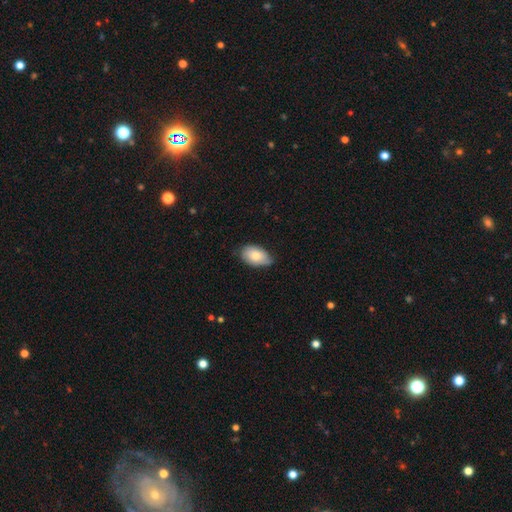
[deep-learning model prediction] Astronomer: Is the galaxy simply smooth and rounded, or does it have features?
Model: smooth — 78%.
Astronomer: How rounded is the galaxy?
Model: in between — 92%.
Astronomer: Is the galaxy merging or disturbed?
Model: none — 63%.